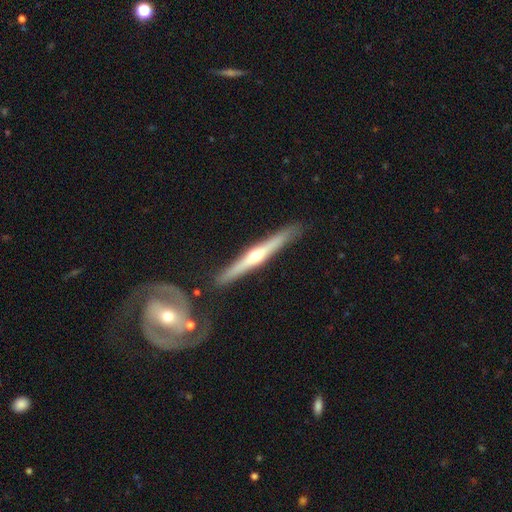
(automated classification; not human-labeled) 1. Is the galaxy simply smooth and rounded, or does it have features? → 72% featured or disk, 23% smooth, 5% star or artifact.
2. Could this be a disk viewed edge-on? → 97% yes, 3% no.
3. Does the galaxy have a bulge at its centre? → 87% rounded, 9% none, 3% boxy.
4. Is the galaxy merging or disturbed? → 87% none, 8% minor disturbance, 3% merger, 2% major disturbance.